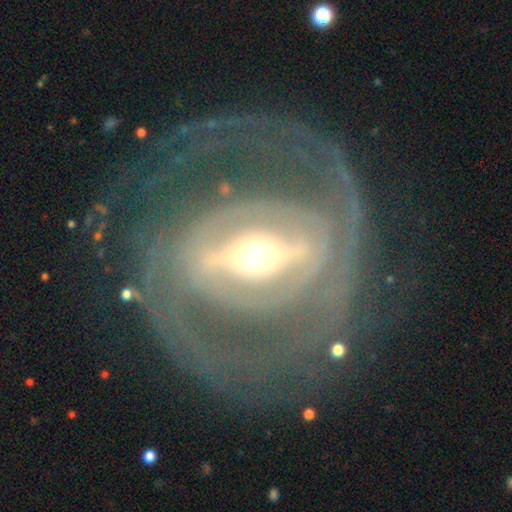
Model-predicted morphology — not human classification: smooth-or-featured: featured or disk: 89% | smooth: 6% | star or artifact: 5%
  disk-edge-on: no: 95% | yes: 5%
    bar: strong: 70% | weak: 20% | no: 9%
    has-spiral-arms: yes: 86% | no: 14%
      spiral-winding: tight: 50% | medium: 34% | loose: 16%
      spiral-arm-count: 2: 53% | can't tell: 20% | 3: 10% | 1: 7% | 4: 6% | more than 4: 5%
    bulge-size: moderate: 54% | small: 34% | large: 9% | dominant: 2% | none: 1%
  merging: none: 63% | major disturbance: 21% | minor disturbance: 14% | merger: 2%